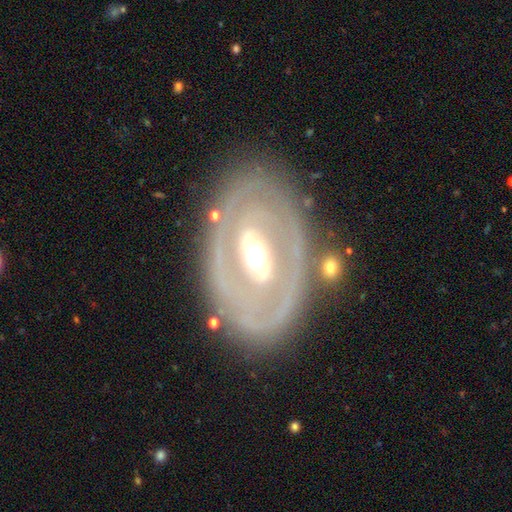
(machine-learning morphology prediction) This appears to be a featured or disk galaxy (82%) with a strong bar (38%), spiral arms (64%) and a moderate central bulge (67%). Merging: none (77%).